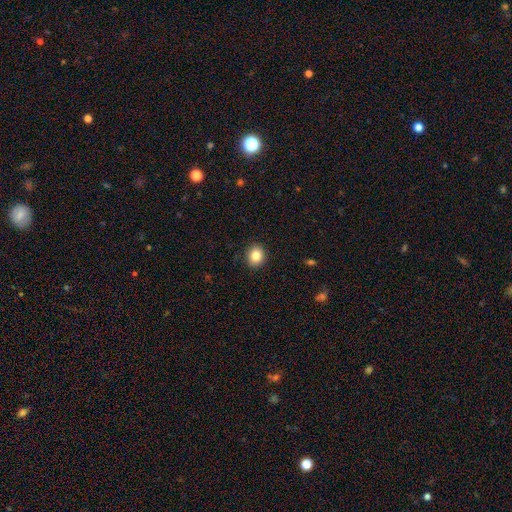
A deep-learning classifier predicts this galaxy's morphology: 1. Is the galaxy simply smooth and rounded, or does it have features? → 83% smooth, 10% star or artifact, 7% featured or disk.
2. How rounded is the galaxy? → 68% round, 31% in between, 1% cigar-shaped.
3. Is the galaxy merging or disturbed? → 91% none, 7% minor disturbance, 2% major disturbance, 1% merger.